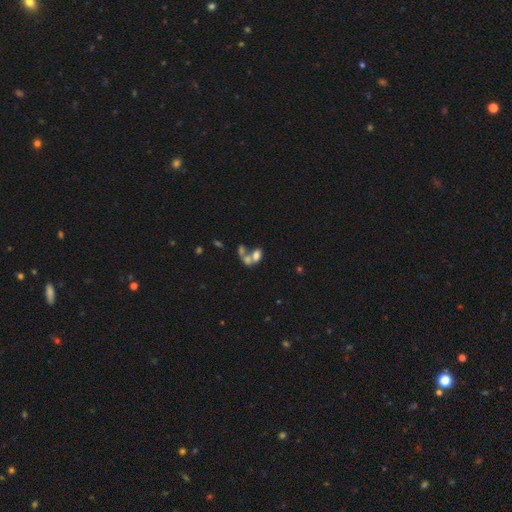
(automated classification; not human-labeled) smooth 60%, featured or disk 26%, star or artifact 14%. Down the decision tree: how rounded — in between (76%); merging — merger (64%).